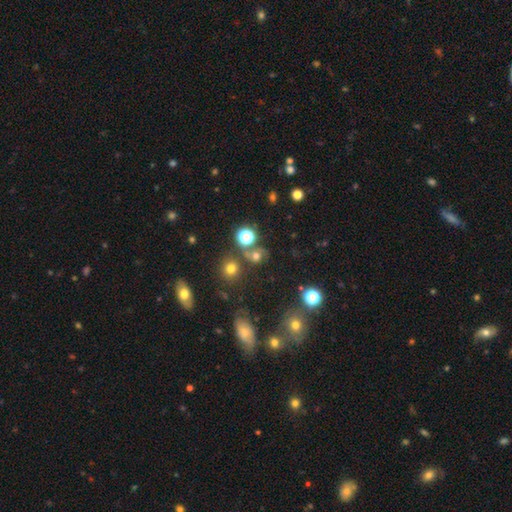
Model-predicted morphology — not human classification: smooth-or-featured: smooth: 55% | star or artifact: 29% | featured or disk: 15%
  how-rounded: round: 76% | in between: 22% | cigar-shaped: 2%
  merging: none: 62% | merger: 17% | minor disturbance: 13% | major disturbance: 8%